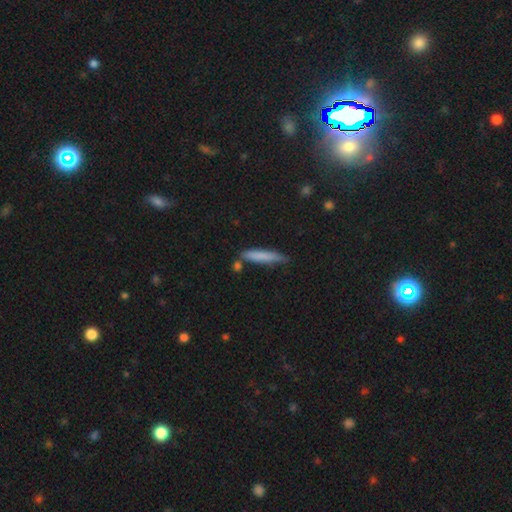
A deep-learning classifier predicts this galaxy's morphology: smooth_or_featured: smooth (p=0.77) [alt: featured or disk p=0.16]
how_rounded: cigar-shaped (p=0.90) [alt: in between p=0.08]
merging: none (p=0.71) [alt: minor disturbance p=0.19]